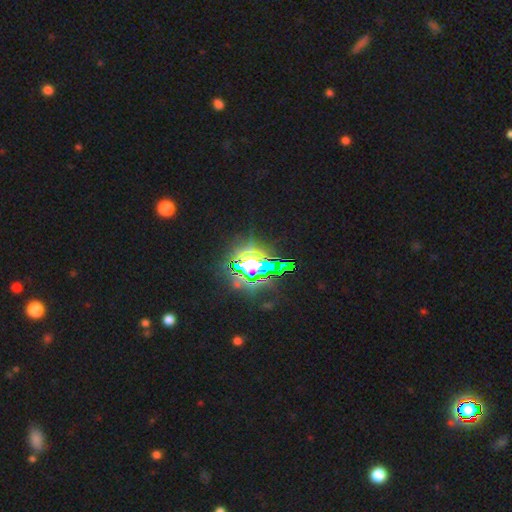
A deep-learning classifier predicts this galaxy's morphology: smooth_or_featured: star or artifact (p=0.84) [alt: smooth p=0.08]